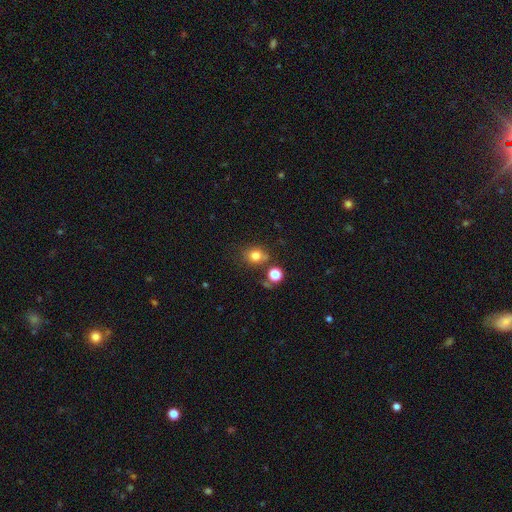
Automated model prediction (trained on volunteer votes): This appears to be a smooth galaxy with no disk features (78%) that is round (71%). Merging: none (67%).